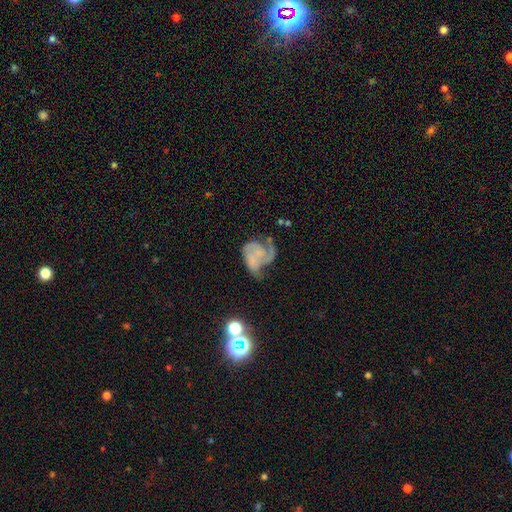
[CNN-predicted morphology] Smooth or featured: featured or disk — 73% (smooth — 19%)
Edge-on disk: no — 98% (yes — 2%)
Bar: no — 78% (weak — 18%)
Spiral arms: yes — 86% (no — 14%)
Spiral winding: medium — 41% (tight — 35%)
Spiral arm count: 2 — 39% (3 — 25%)
Bulge size: none — 58% (small — 28%)
Merging: major disturbance — 35% (none — 34%)